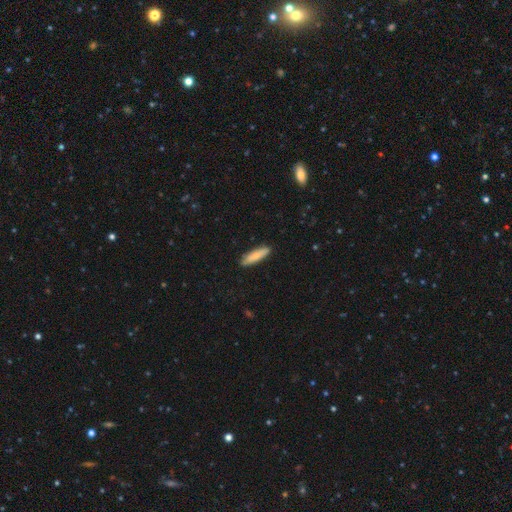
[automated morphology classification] This appears to be a smooth galaxy with no disk features (77%) that is cigar-shaped (71%). Merging: none (88%).